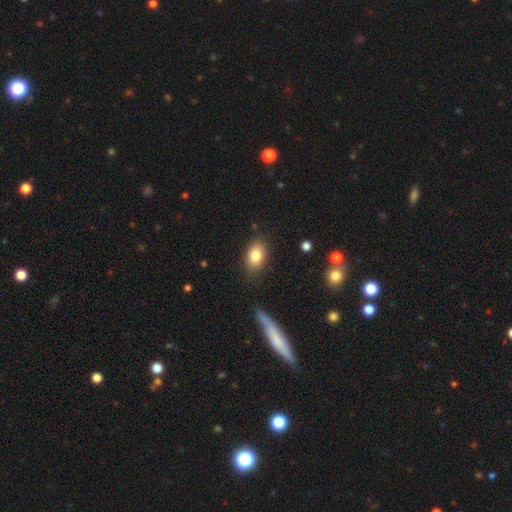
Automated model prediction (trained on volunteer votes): Smooth or featured? smooth (82%)
How rounded? in between (83%)
Merging? none (84%)